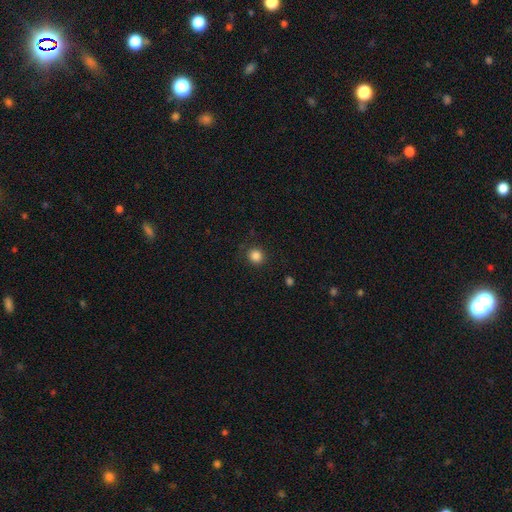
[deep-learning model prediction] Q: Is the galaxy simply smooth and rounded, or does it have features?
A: smooth — 85%.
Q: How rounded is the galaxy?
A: round — 91%.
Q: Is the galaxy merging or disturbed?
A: none — 88%.